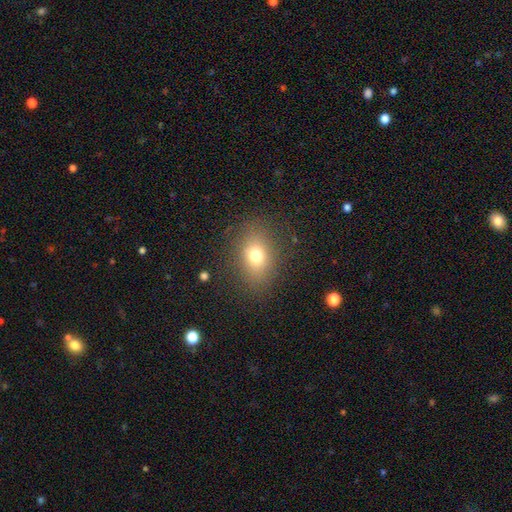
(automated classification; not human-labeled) smooth 73%, star or artifact 14%, featured or disk 13%. Down the decision tree: how rounded — in between (66%); merging — none (83%).